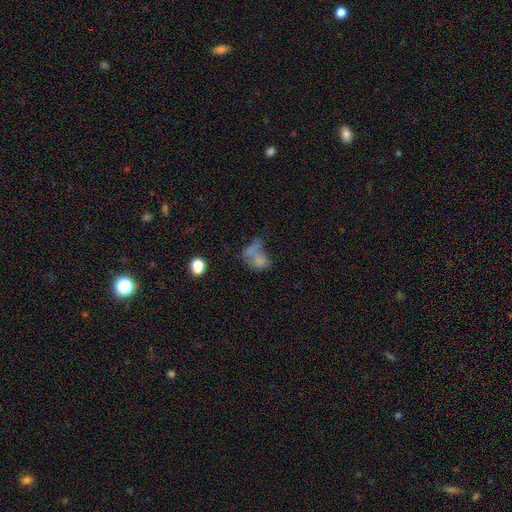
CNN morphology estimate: This is possibly a smooth galaxy (55%). How rounded: likely in between (69%). Merging: marginally merger (41%).